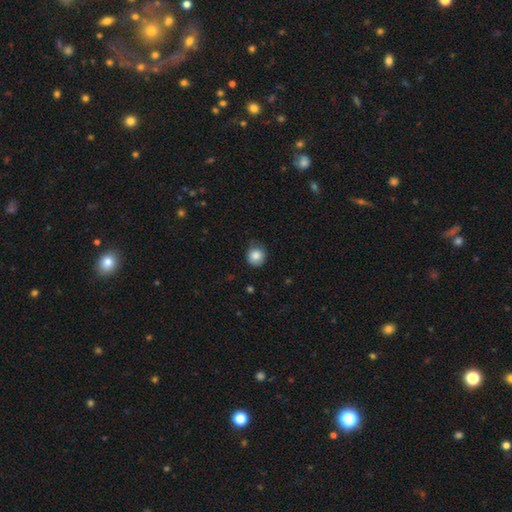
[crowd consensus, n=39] A smooth galaxy with no disk features (79%) that is round (100%). Merging: none (60%).